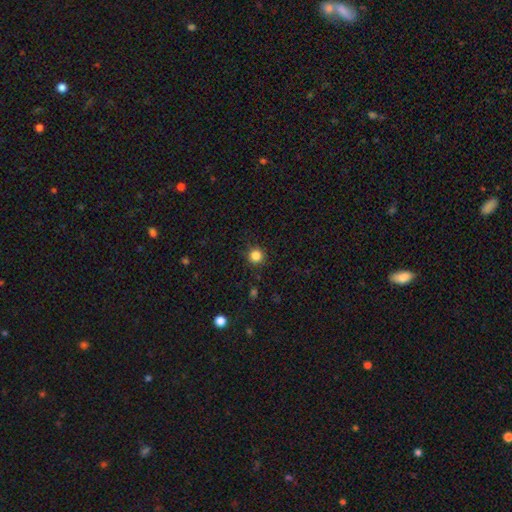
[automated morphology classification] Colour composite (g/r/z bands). It shows a smooth galaxy with no disk features (84%) that is round (95%). Merging: none (91%).